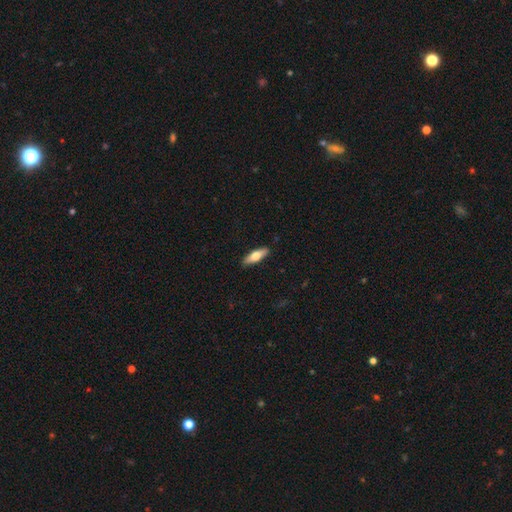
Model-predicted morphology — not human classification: smooth-or-featured: smooth: 60% | featured or disk: 34% | star or artifact: 5%
  how-rounded: cigar-shaped: 49% (tied) | in between: 49% (tied) | round: 2%
  merging: none: 90% | minor disturbance: 8% | major disturbance: 2% | merger: 1%